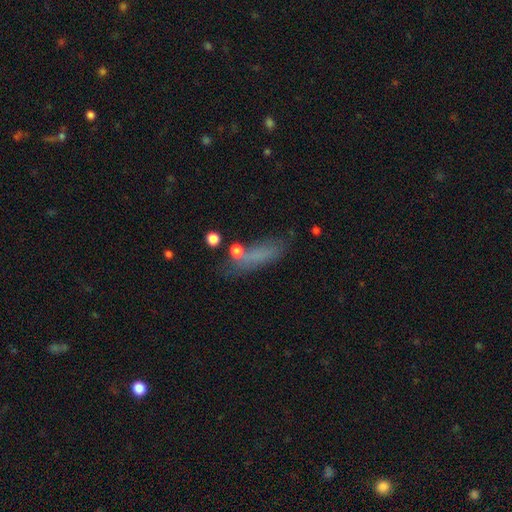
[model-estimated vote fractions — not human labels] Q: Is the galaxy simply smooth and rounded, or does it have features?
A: smooth — 65%.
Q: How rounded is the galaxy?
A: cigar-shaped — 57%.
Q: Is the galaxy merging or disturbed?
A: none — 59%.